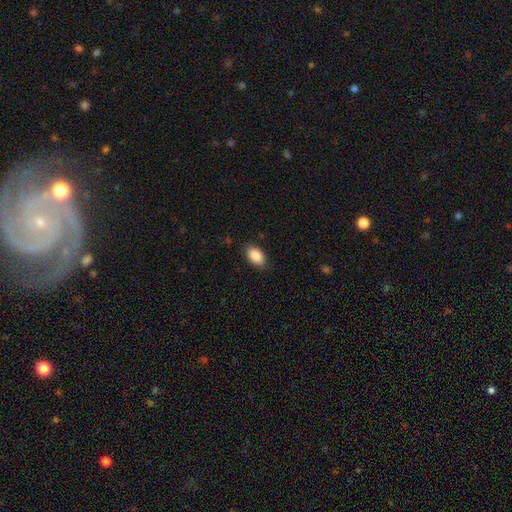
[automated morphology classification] smooth 89%, star or artifact 7%, featured or disk 4%. Down the decision tree: how rounded — in between (94%); merging — none (87%).